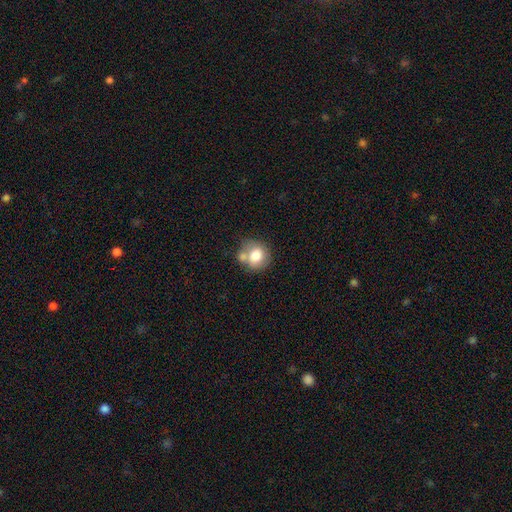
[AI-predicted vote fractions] A smooth galaxy with no disk features (76%) that is round (77%).

Vote fractions:
- Smooth or featured? smooth: 76% / featured or disk: 15% / star or artifact: 8%
- How rounded? round: 77% / in between: 22% / cigar-shaped: 1%
- Merging? none: 50% / merger: 30% / minor disturbance: 15% / major disturbance: 5%